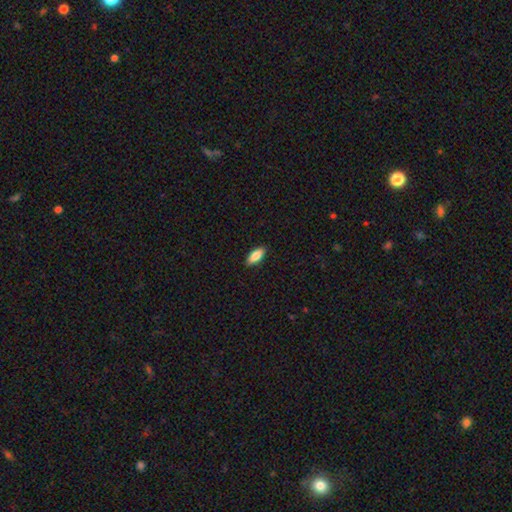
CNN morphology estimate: The model was most divided on "how rounded": in between: 81%, cigar-shaped: 17%, round: 2%. More confident: merging — none (89%); smooth or featured — smooth (84%).